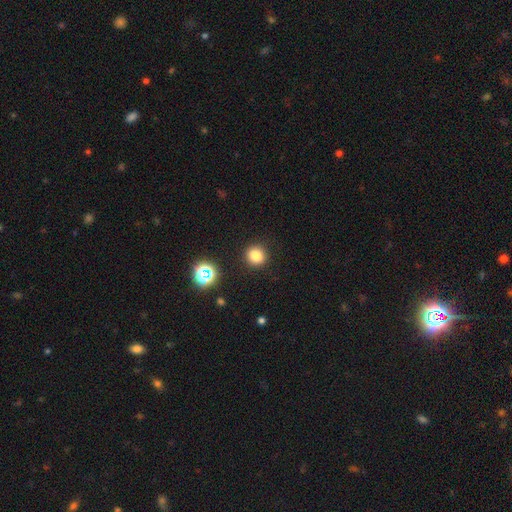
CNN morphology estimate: smooth 81%, star or artifact 14%, featured or disk 5%. Down the decision tree: how rounded — round (88%); merging — none (91%).